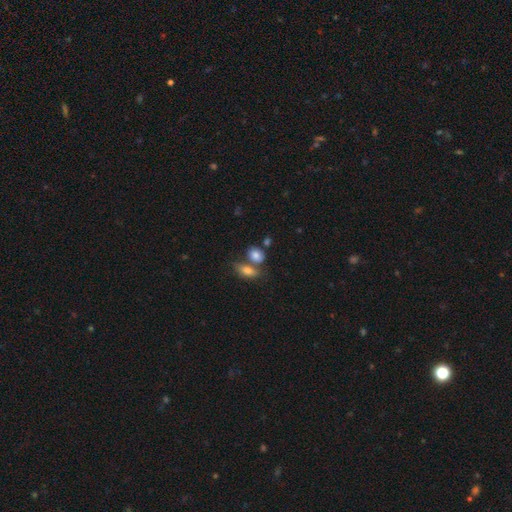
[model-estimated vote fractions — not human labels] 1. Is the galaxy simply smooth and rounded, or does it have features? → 81% smooth, 10% featured or disk, 9% star or artifact.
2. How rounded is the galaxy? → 66% in between, 31% round, 3% cigar-shaped.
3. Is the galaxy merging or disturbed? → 49% none, 34% merger, 13% minor disturbance, 4% major disturbance.